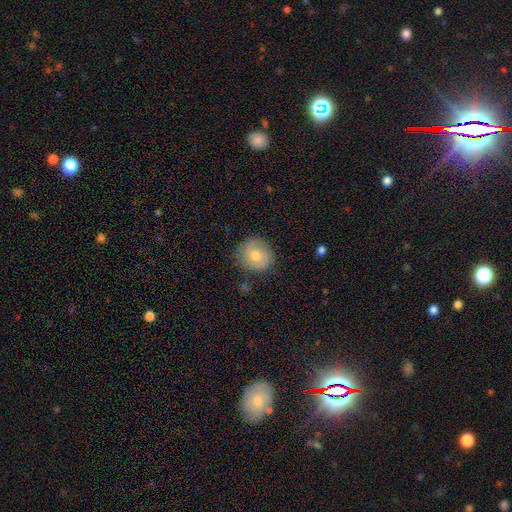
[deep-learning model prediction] This appears to be a smooth galaxy with no disk features (60%) that is round (89%). Merging: none (82%).